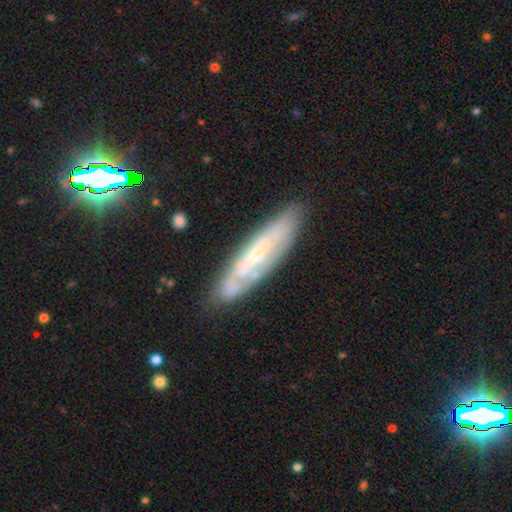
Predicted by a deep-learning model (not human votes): A featured or disk galaxy (60%).

Vote fractions:
- Smooth or featured? featured or disk: 60% / smooth: 32% / star or artifact: 9%
- Edge-on disk? no: 54% / yes: 46%
- Merging? none: 75% / minor disturbance: 18% / major disturbance: 5% / merger: 3%